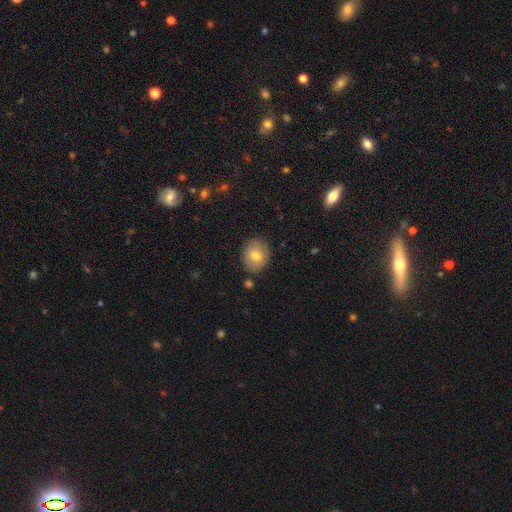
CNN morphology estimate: A smooth galaxy with no disk features (75%) that is round (51%). Merging: none (84%).